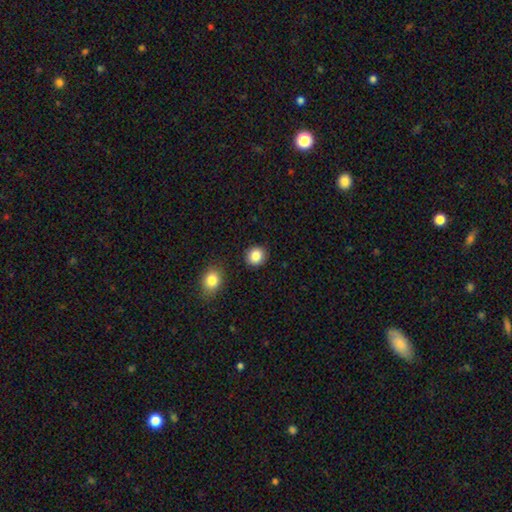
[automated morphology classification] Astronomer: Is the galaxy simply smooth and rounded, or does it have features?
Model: smooth — 87%.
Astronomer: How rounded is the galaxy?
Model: round — 87%.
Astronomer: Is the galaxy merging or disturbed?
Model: none — 89%.